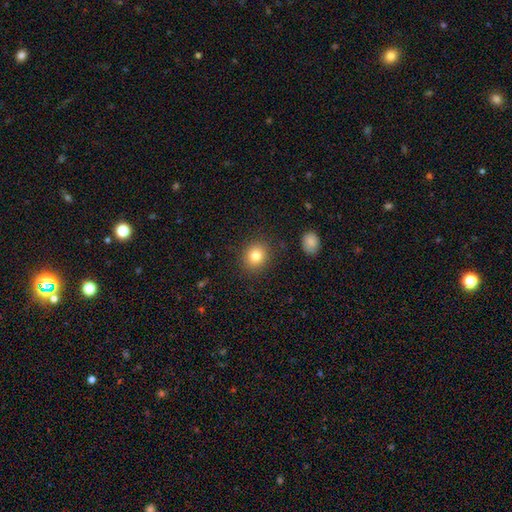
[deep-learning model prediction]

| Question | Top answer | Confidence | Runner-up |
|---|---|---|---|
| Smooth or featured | smooth | 82% | star or artifact (11%) |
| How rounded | round | 77% | in between (22%) |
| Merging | none | 88% | minor disturbance (8%) |